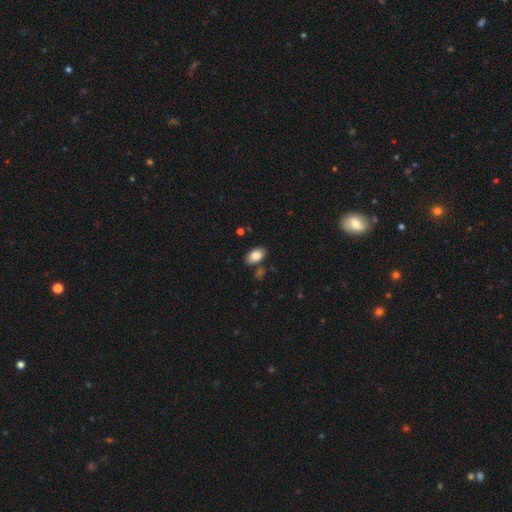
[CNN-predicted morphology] Overall: smooth (85%). How rounded: in between (93%). Merging: none (79%).